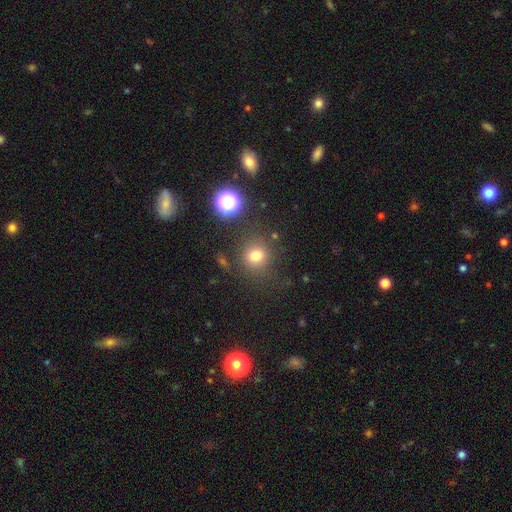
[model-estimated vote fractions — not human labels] Overall: smooth (75%). How rounded: round (85%). Merging: none (80%).